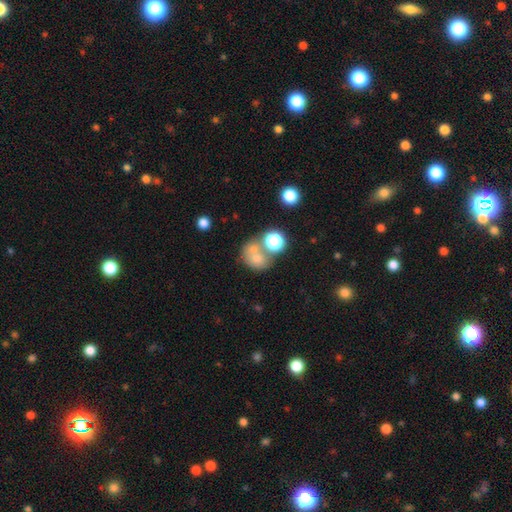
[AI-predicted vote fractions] A smooth galaxy with no disk features (65%) that is round (60%).

Vote fractions:
- Smooth or featured? smooth: 65% / featured or disk: 19% / star or artifact: 16%
- How rounded? round: 60% / in between: 39% / cigar-shaped: 1%
- Merging? merger: 47% / none: 34% / minor disturbance: 11% / major disturbance: 8%